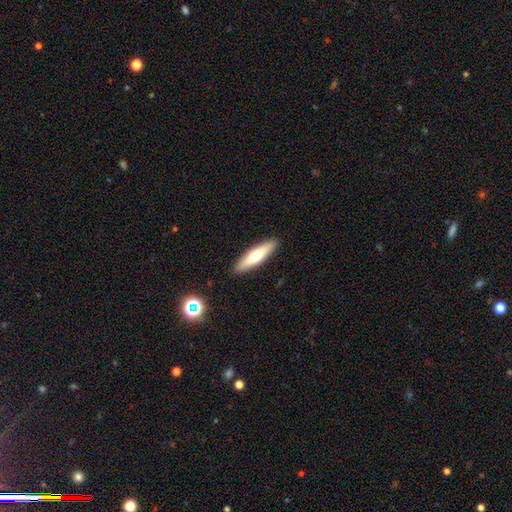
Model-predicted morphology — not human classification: A smooth galaxy with no disk features (58%) that is cigar-shaped (77%). Merging: none (90%).